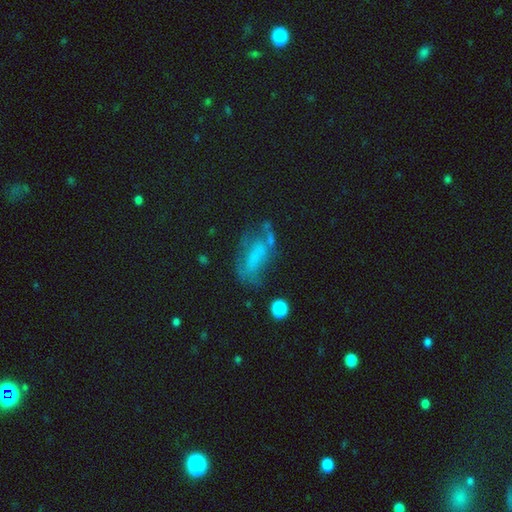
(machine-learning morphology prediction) Overall: featured or disk (41%; smooth 40%). Merging: none (39%; major disturbance 29%).